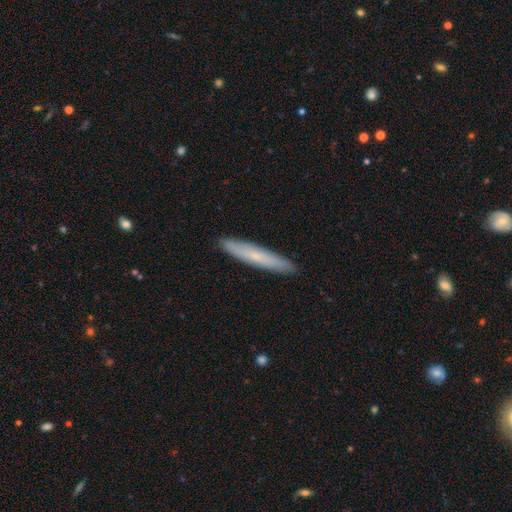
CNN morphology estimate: A smooth galaxy with no disk features (64%) that is cigar-shaped (94%). Merging: none (91%).